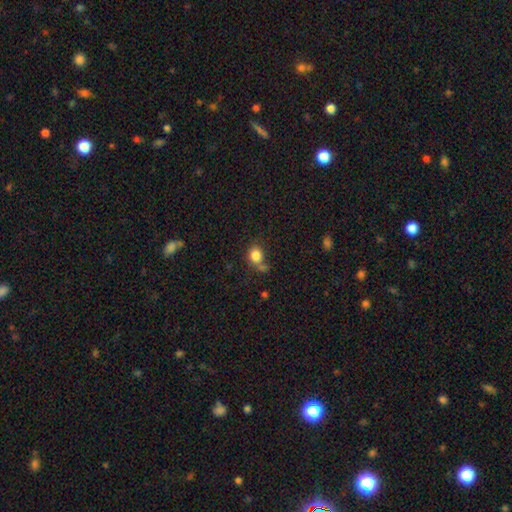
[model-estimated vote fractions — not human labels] This appears to be a smooth galaxy with no disk features (83%) that is round (63%). Merging: none (56%).